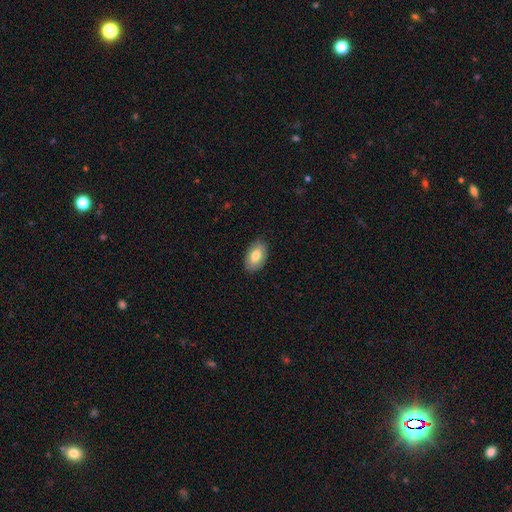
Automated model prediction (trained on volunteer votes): Q: Smooth or featured?
A: smooth (76%); runner-up: featured or disk (17%)
Q: How rounded?
A: in between (92%); runner-up: round (7%)
Q: Merging?
A: none (87%); runner-up: minor disturbance (10%)